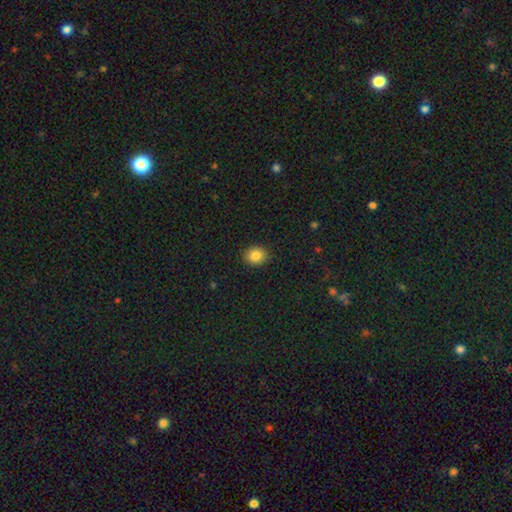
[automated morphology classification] type=smooth (83%); roundness=round (70%); merging=none (91%).